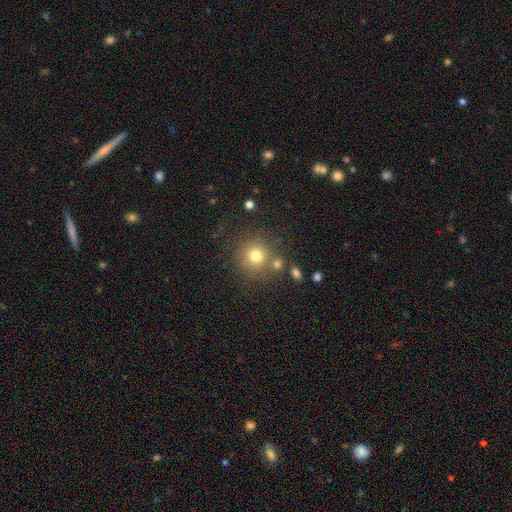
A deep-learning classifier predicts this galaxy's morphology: A smooth galaxy with no disk features (76%) that is round (92%). Merging: none (76%).